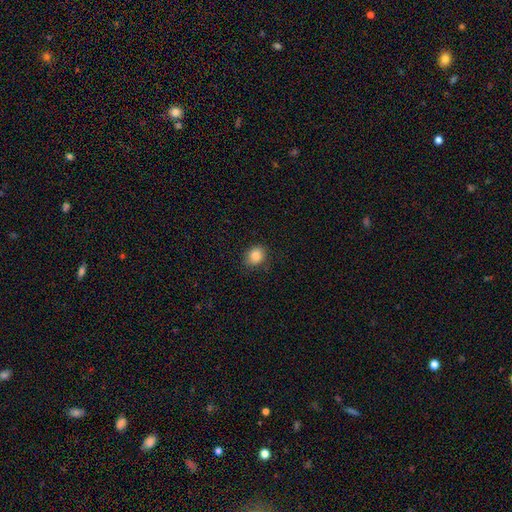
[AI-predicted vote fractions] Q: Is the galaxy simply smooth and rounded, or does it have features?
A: smooth — 86%.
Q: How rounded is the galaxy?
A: round — 57%.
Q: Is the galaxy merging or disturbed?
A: none — 79%.